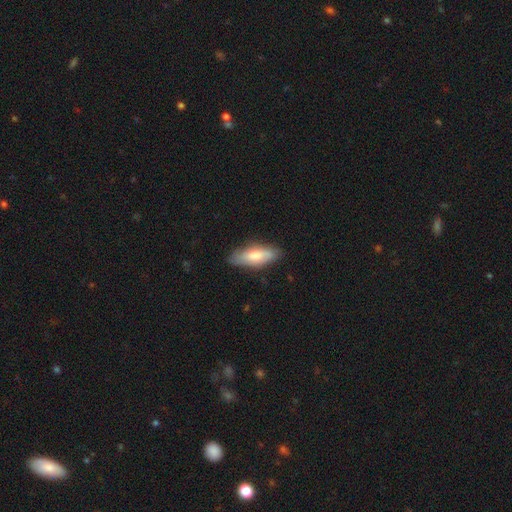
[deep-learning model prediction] Morphology: type=smooth (72%); roundness=in between (63%); merging=none (76%).